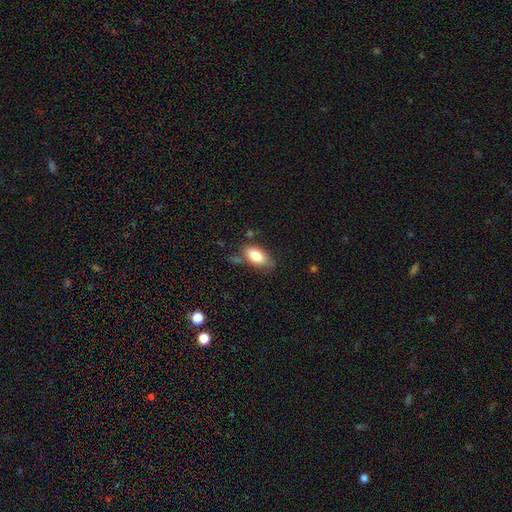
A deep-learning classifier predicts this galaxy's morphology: smooth_or_featured: smooth (p=0.82) [alt: featured or disk p=0.11]
how_rounded: in between (p=0.90) [alt: cigar-shaped p=0.07]
merging: none (p=0.59) [alt: minor disturbance p=0.26]